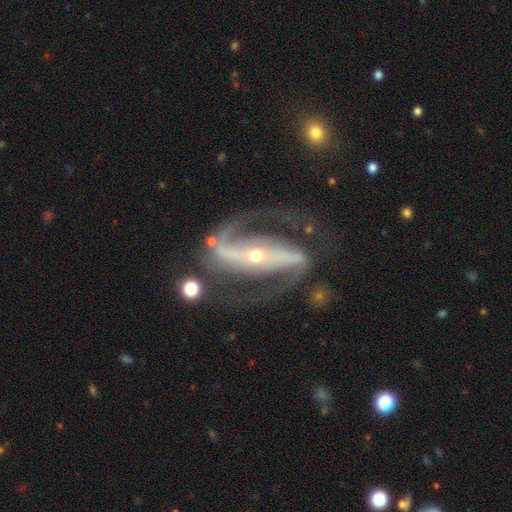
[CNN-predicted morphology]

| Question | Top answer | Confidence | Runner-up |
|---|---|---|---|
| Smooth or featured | featured or disk | 92% | star or artifact (4%) |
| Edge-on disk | no | 95% | yes (5%) |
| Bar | strong | 71% | weak (15%) |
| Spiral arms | yes | 97% | no (3%) |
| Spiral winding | medium | 54% | loose (27%) |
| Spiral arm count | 2 | 93% | 1 (2%) |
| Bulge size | small | 61% | moderate (34%) |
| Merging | none | 75% | minor disturbance (13%) |